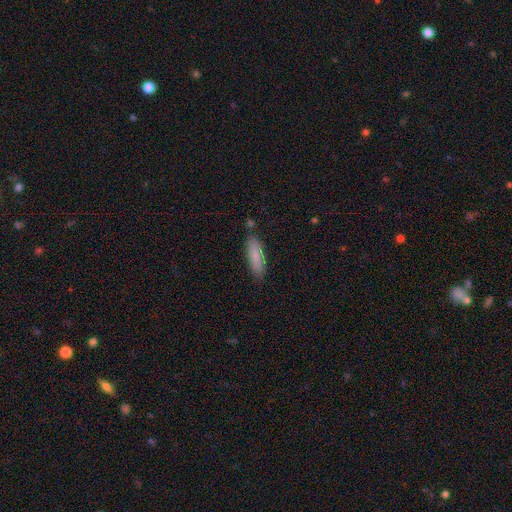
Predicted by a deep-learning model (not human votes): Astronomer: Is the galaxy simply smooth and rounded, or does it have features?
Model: smooth — 83%.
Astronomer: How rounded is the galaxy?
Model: cigar-shaped — 54% (runner-up: in between, 45%).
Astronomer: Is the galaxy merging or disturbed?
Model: none — 82%.